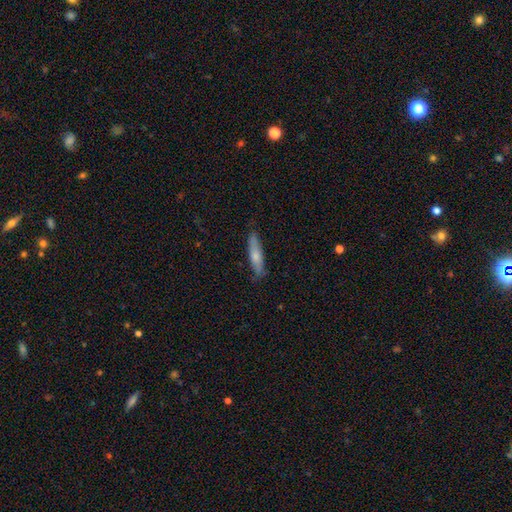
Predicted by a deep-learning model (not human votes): A smooth galaxy with no disk features (67%) that is cigar-shaped (78%). Merging: none (81%).